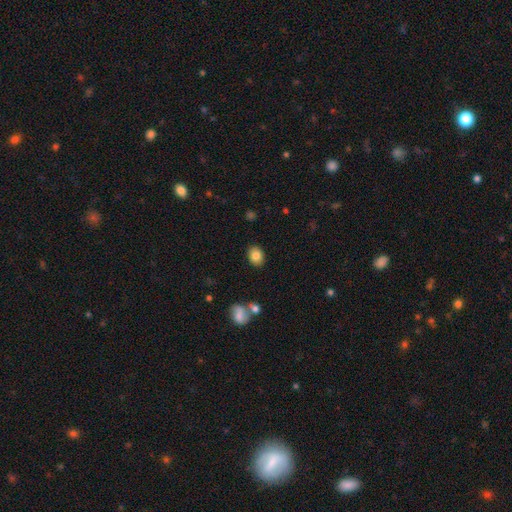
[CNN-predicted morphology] Smooth or featured: smooth — 83% (star or artifact — 9%)
How rounded: in between — 61% (round — 38%)
Merging: none — 86% (minor disturbance — 9%)